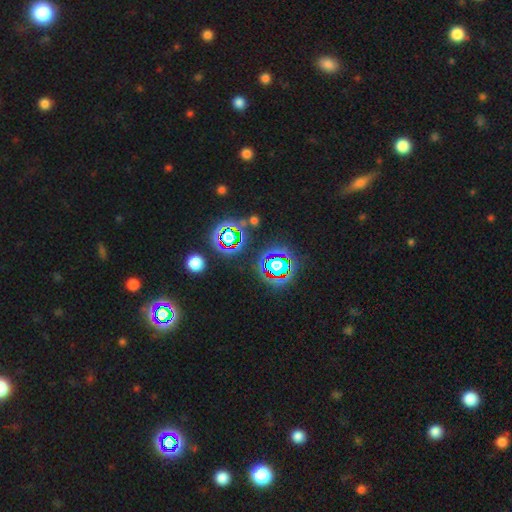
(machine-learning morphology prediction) Smooth or featured: star or artifact — 67% (smooth — 23%)